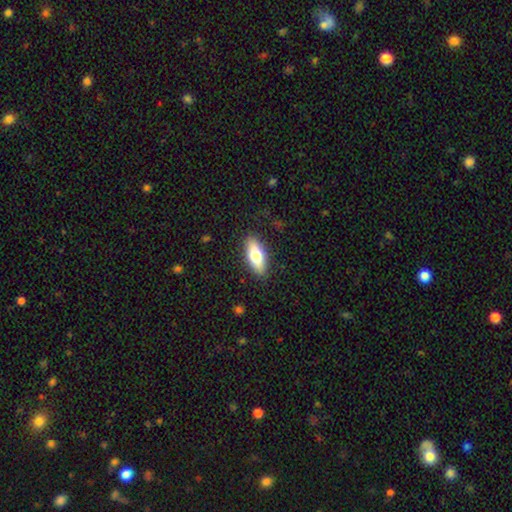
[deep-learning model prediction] smooth 68%, featured or disk 25%, star or artifact 7%. Down the decision tree: how rounded — in between (72%); merging — none (87%).